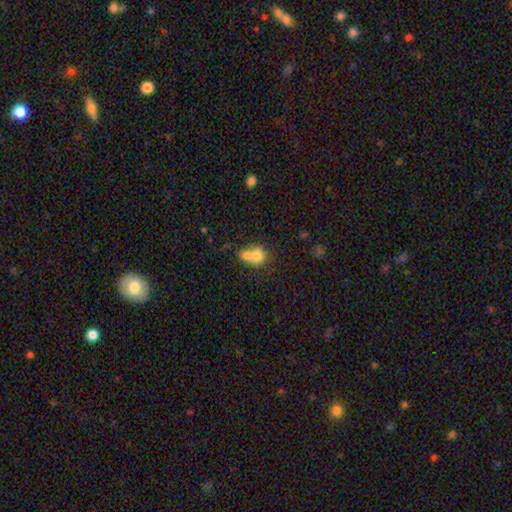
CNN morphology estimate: This is likely a smooth galaxy (74%). How rounded: likely round (69%). Merging: likely merger (65%).